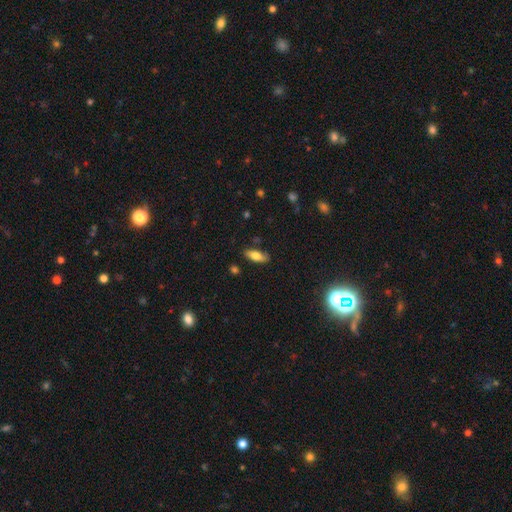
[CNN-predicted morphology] smooth-or-featured: smooth: 74% | featured or disk: 19% | star or artifact: 7%
  how-rounded: in between: 74% | cigar-shaped: 24% | round: 2%
  merging: none: 83% | minor disturbance: 13% | major disturbance: 2% | merger: 2%